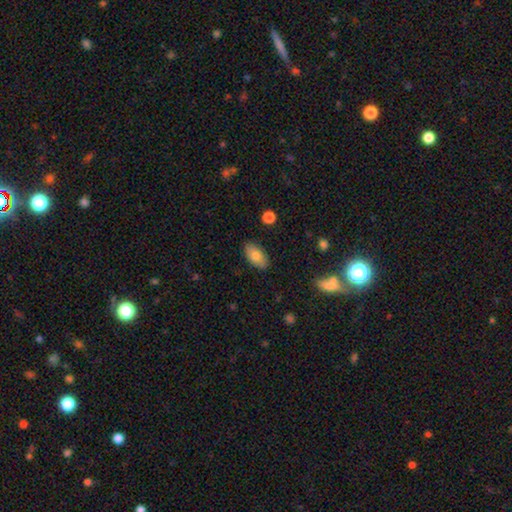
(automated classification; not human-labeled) A smooth galaxy with no disk features (81%) that is in between round and cigar-shaped (93%).

Vote fractions:
- Smooth or featured? smooth: 81% / featured or disk: 12% / star or artifact: 7%
- How rounded? in between: 93% / round: 4% / cigar-shaped: 3%
- Merging? none: 86% / minor disturbance: 10% / major disturbance: 2% / merger: 1%